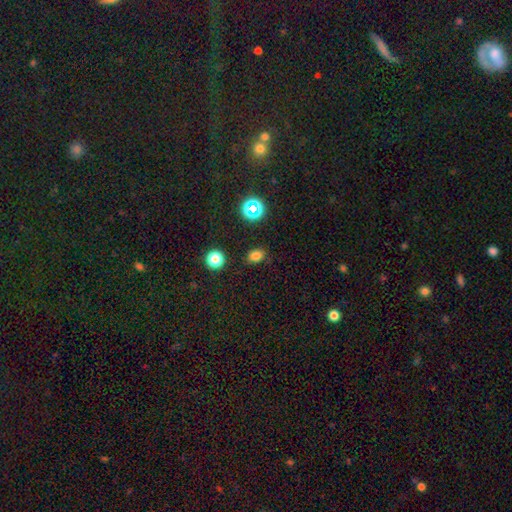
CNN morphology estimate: smooth-or-featured: smooth: 76% | star or artifact: 19% | featured or disk: 5%
  how-rounded: in between: 67% | round: 32% | cigar-shaped: 1%
  merging: none: 84% | minor disturbance: 11% | major disturbance: 3% | merger: 2%